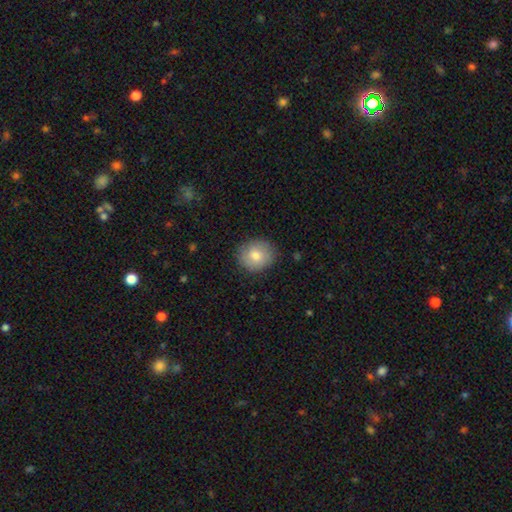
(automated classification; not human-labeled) Morphology: type=smooth (79%); roundness=round (75%); merging=none (85%).